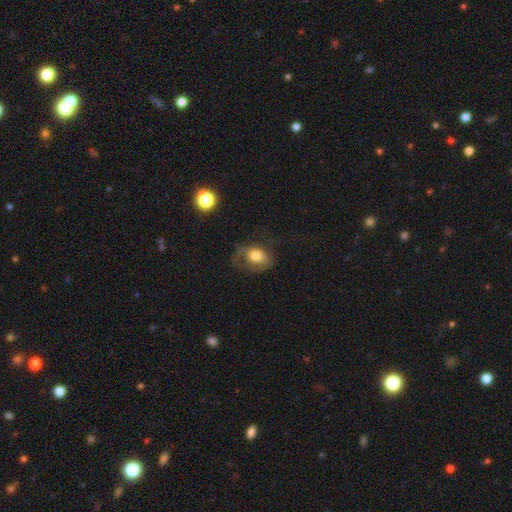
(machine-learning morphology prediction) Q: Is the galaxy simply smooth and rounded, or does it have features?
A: smooth — 67%.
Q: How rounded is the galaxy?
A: in between — 68%.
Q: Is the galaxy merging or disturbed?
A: major disturbance — 36%.